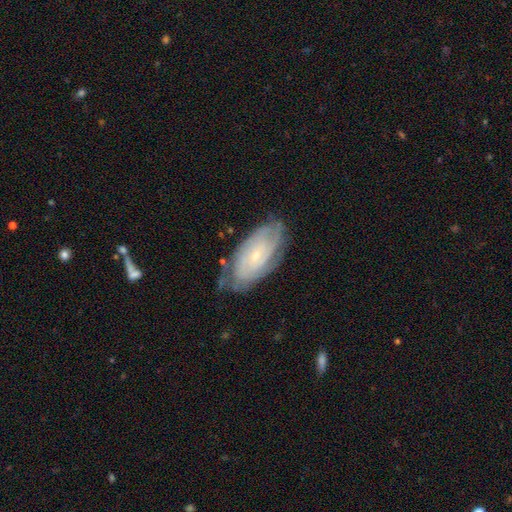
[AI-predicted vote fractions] Smooth or featured? Predicted: featured or disk (p=0.72). Edge-on disk? Predicted: no (p=0.93). Bar? Predicted: no (p=0.75). Spiral arms? Predicted: yes (p=0.88). Spiral winding? Predicted: tight (p=0.72). Spiral arm count? Predicted: can't tell (p=0.52). Bulge size? Predicted: small (p=0.80). Merging? Predicted: none (p=0.70).